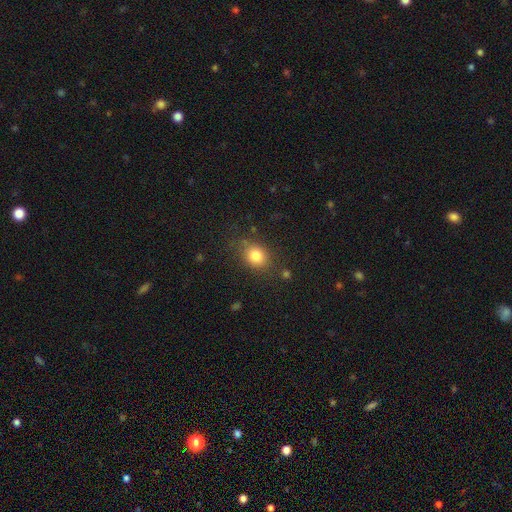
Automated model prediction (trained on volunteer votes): This is clearly a smooth galaxy (82%). How rounded: possibly round (58%). Merging: likely none (76%).